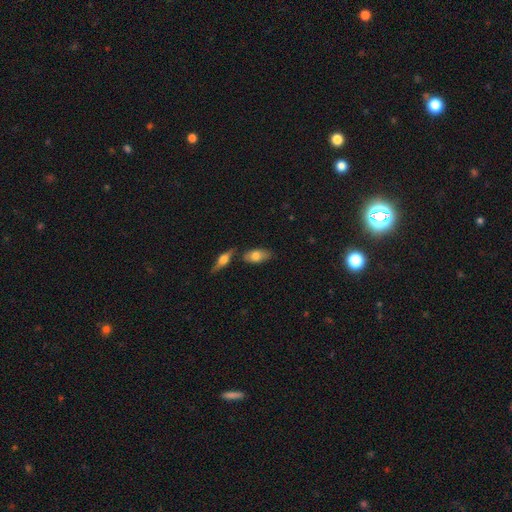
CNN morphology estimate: Smooth or featured?
  - smooth: 69% *
  - featured or disk: 25%
  - star or artifact: 6%
How rounded?
  - in between: 87% *
  - cigar-shaped: 9%
  - round: 4%
Merging?
  - none: 68% *
  - merger: 15%
  - minor disturbance: 13%
  - major disturbance: 3%